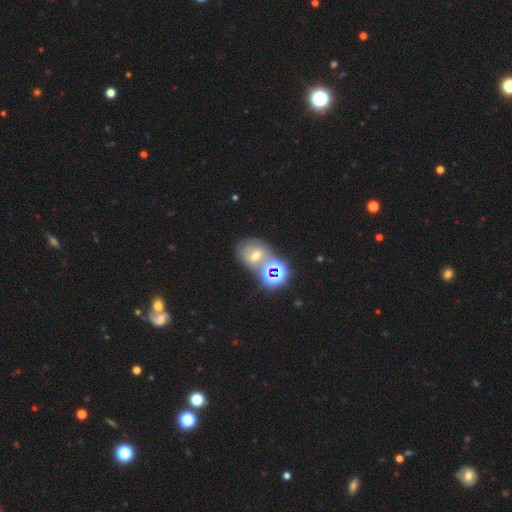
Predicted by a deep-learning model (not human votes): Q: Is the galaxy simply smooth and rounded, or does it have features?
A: featured or disk — 36%.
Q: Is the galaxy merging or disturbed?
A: none — 48%.